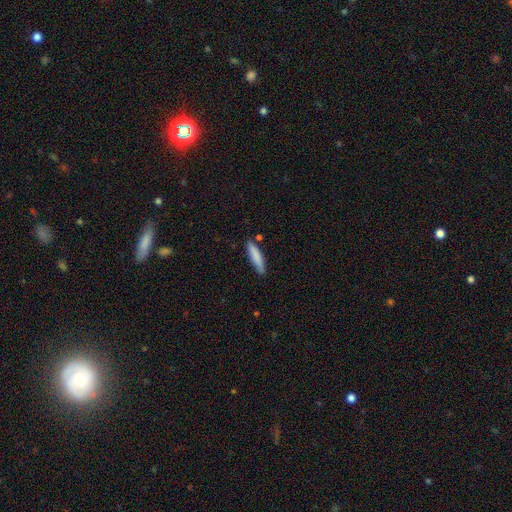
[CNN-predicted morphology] Smooth or featured? Predicted: smooth (p=0.83). How rounded? Predicted: cigar-shaped (p=0.81). Merging? Predicted: none (p=0.80).